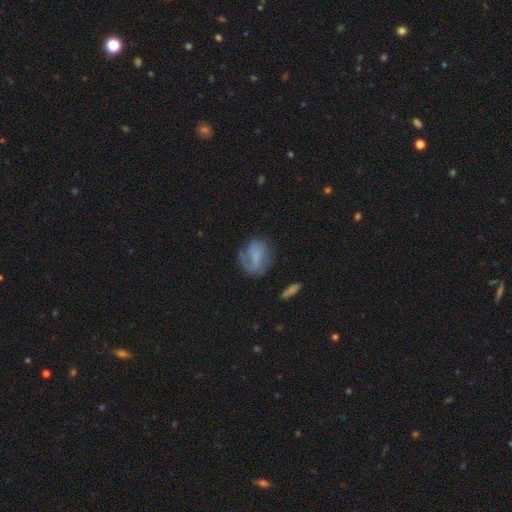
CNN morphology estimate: A smooth galaxy with no disk features (50%). Merging: none (50%).